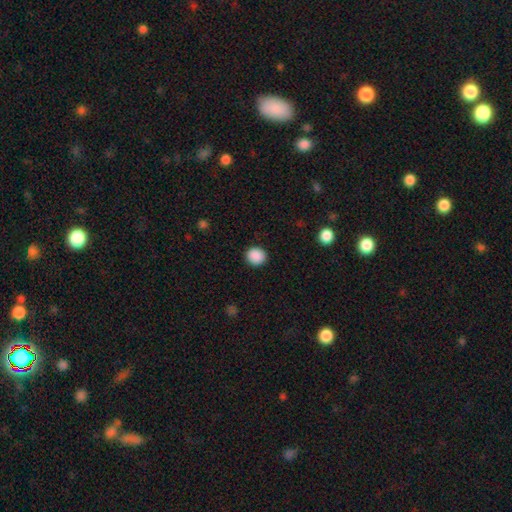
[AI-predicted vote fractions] A smooth galaxy with no disk features (89%) that is round (87%). Merging: none (91%).